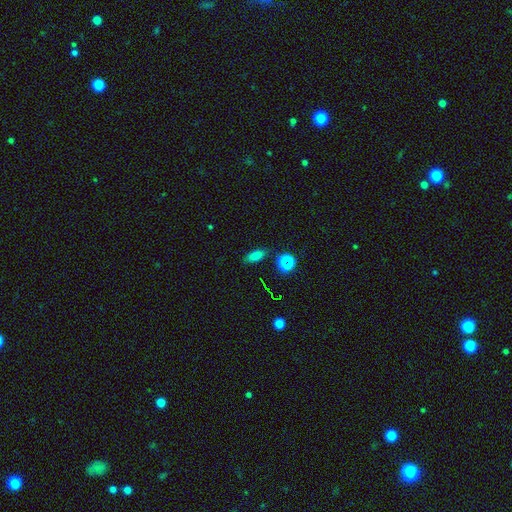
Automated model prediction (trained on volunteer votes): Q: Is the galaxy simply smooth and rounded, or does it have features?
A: smooth — 71%.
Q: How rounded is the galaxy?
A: in between — 76%.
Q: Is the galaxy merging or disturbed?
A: none — 83%.